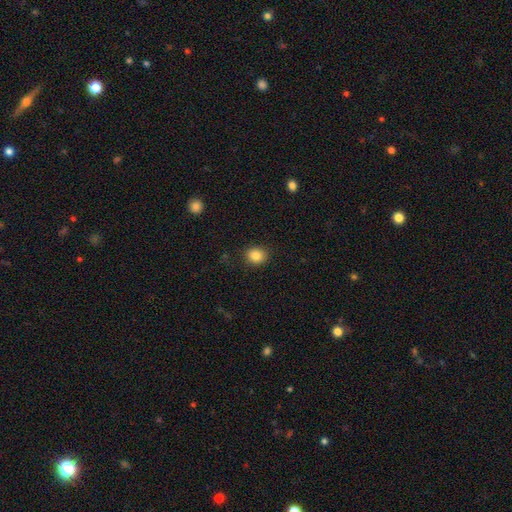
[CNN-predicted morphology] Smooth or featured: smooth — 84% (star or artifact — 10%)
How rounded: round — 69% (in between — 30%)
Merging: none — 90% (minor disturbance — 7%)